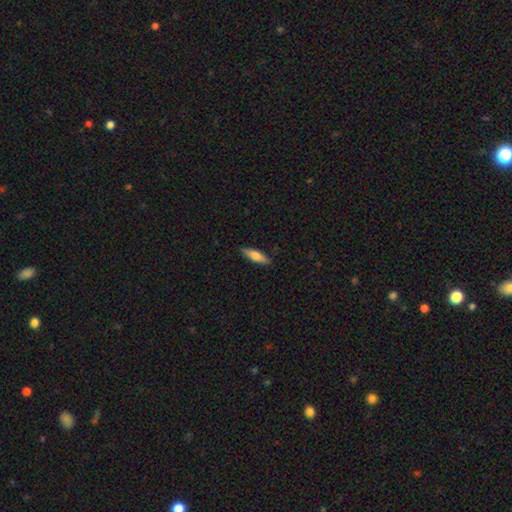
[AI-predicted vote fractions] This is likely a smooth galaxy (72%). How rounded: possibly cigar-shaped (59%). Merging: clearly none (85%).